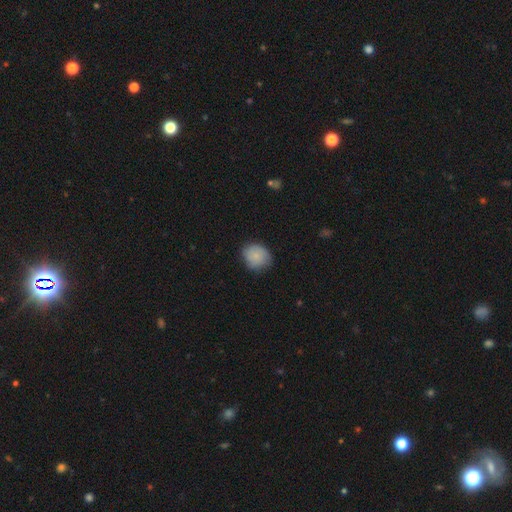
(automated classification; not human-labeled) Morphology: type=smooth (83%); roundness=round (74%); merging=none (73%).